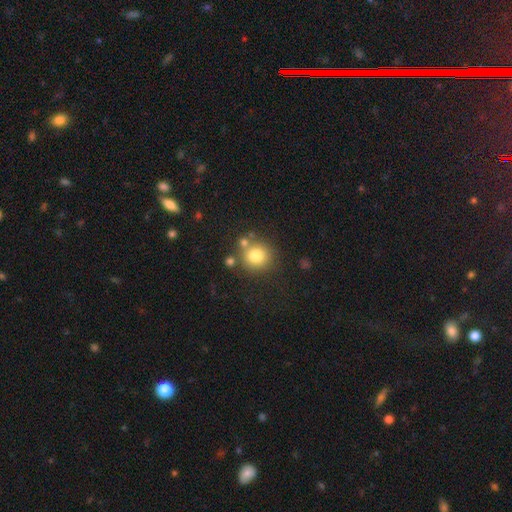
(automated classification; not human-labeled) A smooth galaxy with no disk features (79%) that is round (89%). Merging: none (71%).